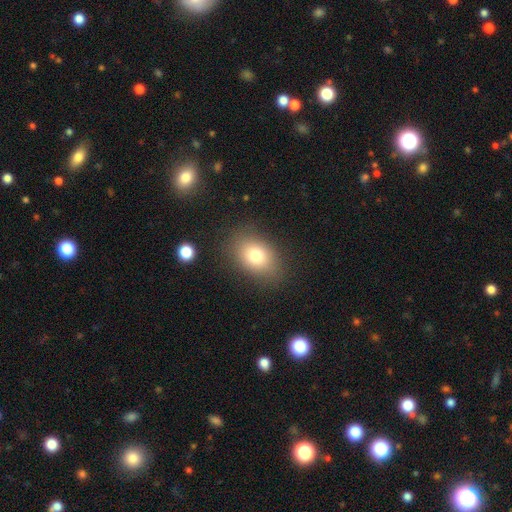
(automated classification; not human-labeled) Smooth or featured?
  - smooth: 77% *
  - featured or disk: 12%
  - star or artifact: 11%
How rounded?
  - in between: 71% *
  - round: 28%
  - cigar-shaped: 1%
Merging?
  - none: 82% *
  - minor disturbance: 12%
  - major disturbance: 5%
  - merger: 2%